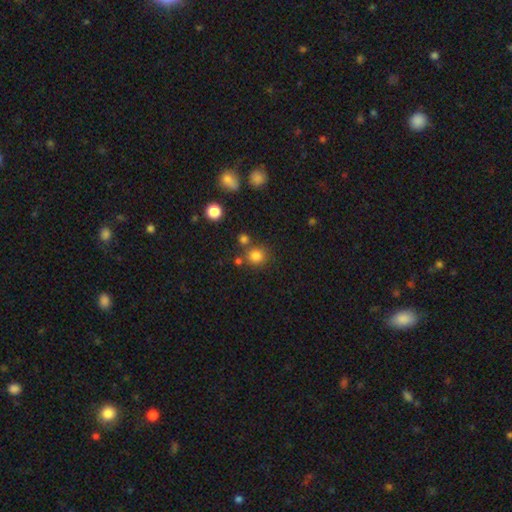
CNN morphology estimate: A smooth galaxy with no disk features (80%) that is round (84%). Merging: none (72%).